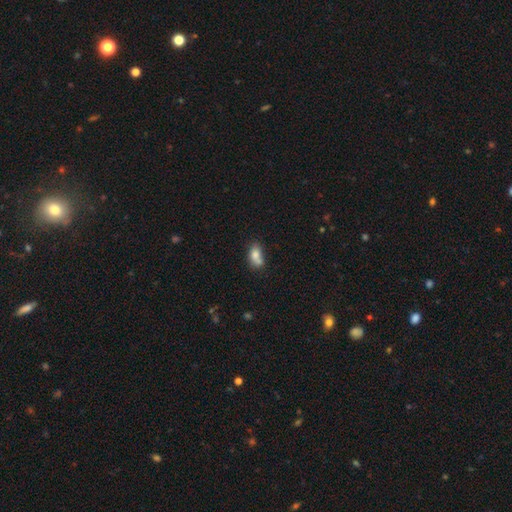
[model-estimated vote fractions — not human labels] Q: Smooth or featured?
A: smooth (75%); runner-up: featured or disk (15%)
Q: How rounded?
A: in between (80%); runner-up: round (17%)
Q: Merging?
A: merger (38%); runner-up: none (37%)